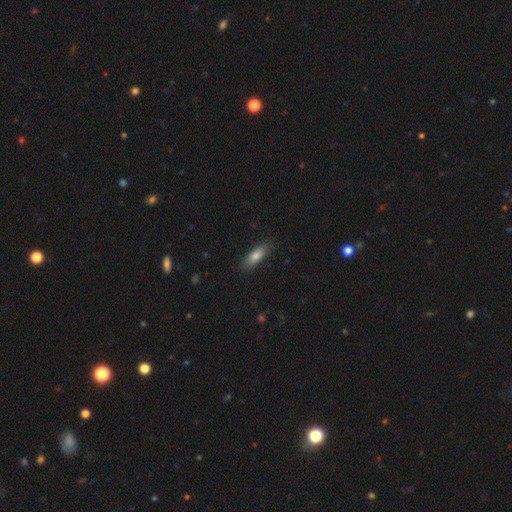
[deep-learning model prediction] A smooth galaxy with no disk features (80%) that is in between round and cigar-shaped (62%).

Vote fractions:
- Smooth or featured? smooth: 80% / featured or disk: 13% / star or artifact: 7%
- How rounded? in between: 62% / cigar-shaped: 36% / round: 2%
- Merging? none: 84% / minor disturbance: 12% / major disturbance: 3% / merger: 1%